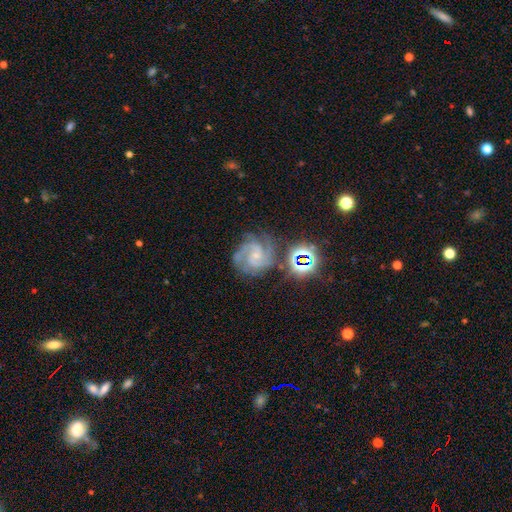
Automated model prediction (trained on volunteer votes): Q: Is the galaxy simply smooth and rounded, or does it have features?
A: featured or disk — 84%.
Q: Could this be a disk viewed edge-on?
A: no — 98%.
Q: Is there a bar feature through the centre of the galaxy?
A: no — 60%.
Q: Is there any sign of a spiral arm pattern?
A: yes — 98%.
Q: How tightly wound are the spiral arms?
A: tight — 47%.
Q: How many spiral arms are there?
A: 3 — 43%.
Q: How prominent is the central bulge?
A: small — 73%.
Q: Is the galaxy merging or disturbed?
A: none — 65%.